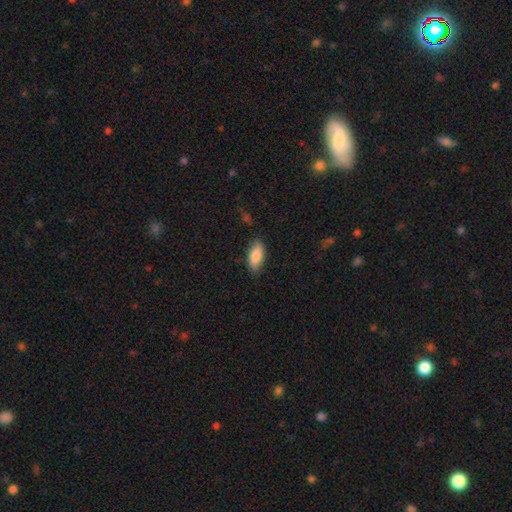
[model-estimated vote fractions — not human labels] This appears to be a smooth galaxy with no disk features (87%) that is in between round and cigar-shaped (85%). Merging: none (81%).